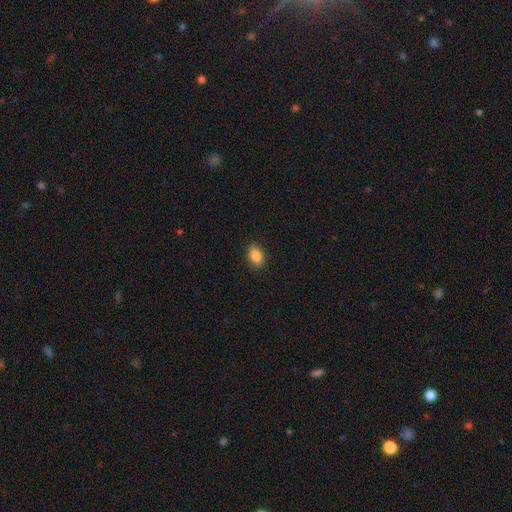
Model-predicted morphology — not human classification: Q: Smooth or featured?
A: smooth (87%); runner-up: star or artifact (8%)
Q: How rounded?
A: in between (83%); runner-up: round (15%)
Q: Merging?
A: none (89%); runner-up: minor disturbance (8%)